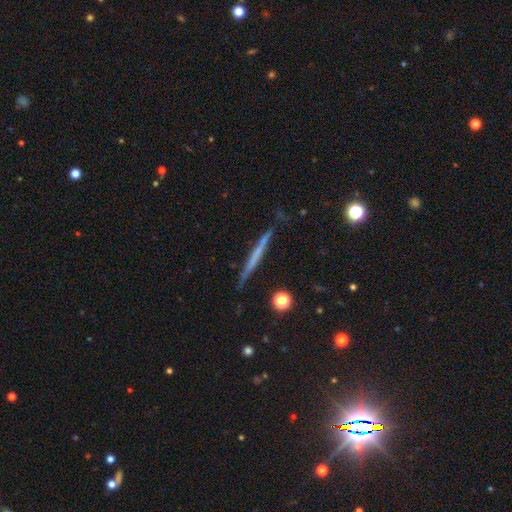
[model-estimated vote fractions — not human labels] smooth-or-featured: featured or disk: 51% | smooth: 42% | star or artifact: 7%
  disk-edge-on: yes: 96% | no: 4%
  merging: none: 86% | minor disturbance: 11% | major disturbance: 2% | merger: 2%